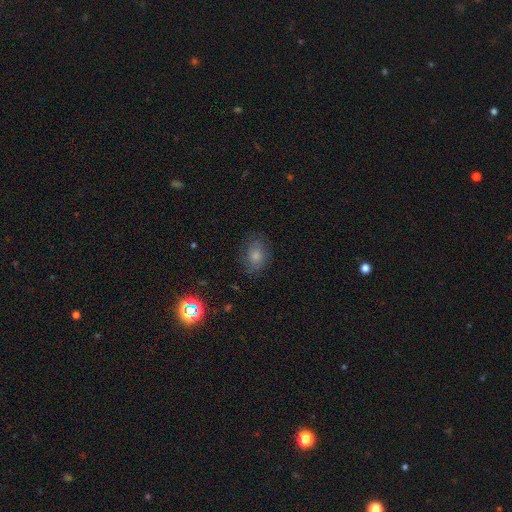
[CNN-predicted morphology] smooth_or_featured: smooth (p=0.72) [alt: featured or disk p=0.16]
how_rounded: in between (p=0.68) [alt: round p=0.31]
merging: none (p=0.75) [alt: minor disturbance p=0.18]